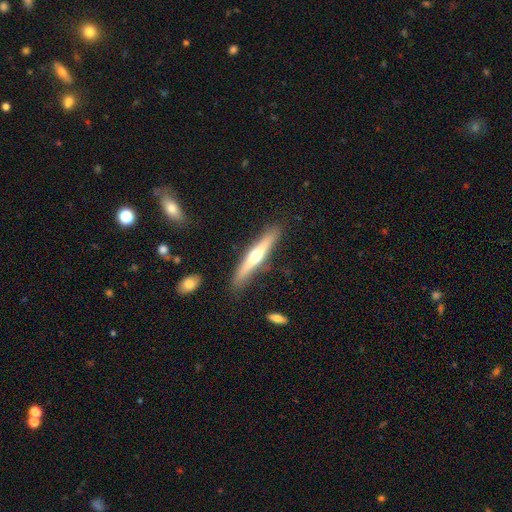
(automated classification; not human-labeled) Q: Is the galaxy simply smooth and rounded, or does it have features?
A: featured or disk — 61%.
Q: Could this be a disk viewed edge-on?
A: yes — 95%.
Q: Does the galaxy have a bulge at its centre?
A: rounded — 89%.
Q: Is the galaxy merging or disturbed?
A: none — 86%.